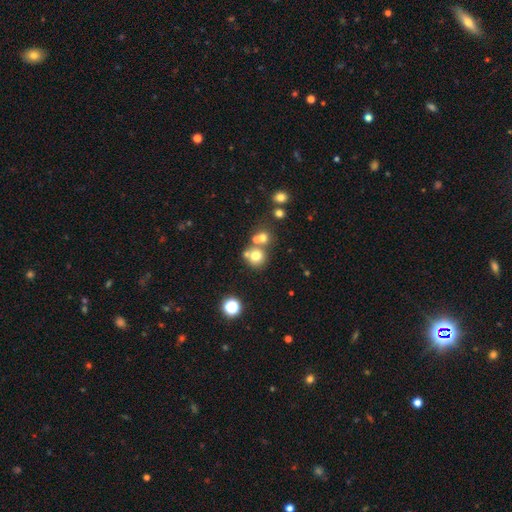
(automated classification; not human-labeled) This is likely a smooth galaxy (69%). How rounded: clearly round (87%). Merging: possibly none (55%).